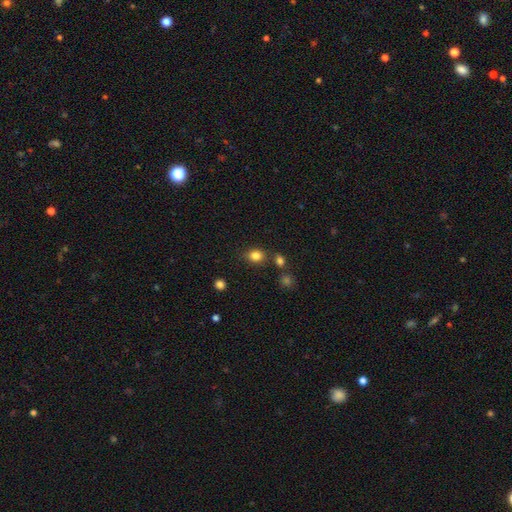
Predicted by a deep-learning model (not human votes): smooth-or-featured: smooth: 82% | star or artifact: 12% | featured or disk: 6%
  how-rounded: round: 58% | in between: 41% | cigar-shaped: 1%
  merging: none: 76% | minor disturbance: 13% | merger: 7% | major disturbance: 3%